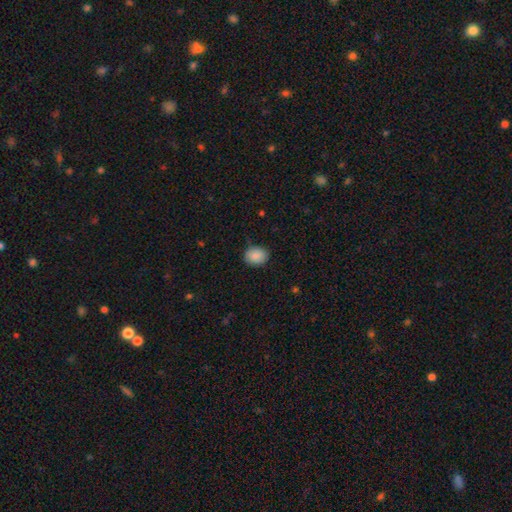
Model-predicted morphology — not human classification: smooth_or_featured: smooth (p=0.89) [alt: star or artifact p=0.07]
how_rounded: in between (p=0.50) [alt: round p=0.49]
merging: none (p=0.83) [alt: minor disturbance p=0.13]